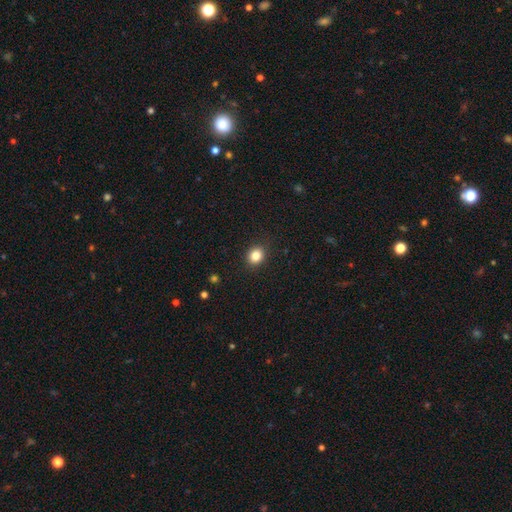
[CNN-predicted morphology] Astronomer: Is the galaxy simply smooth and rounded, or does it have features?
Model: smooth — 84%.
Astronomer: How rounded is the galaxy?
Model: round — 68%.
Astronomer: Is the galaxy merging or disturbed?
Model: none — 89%.